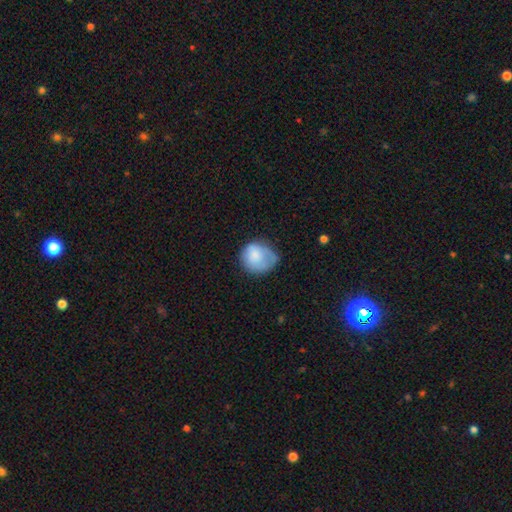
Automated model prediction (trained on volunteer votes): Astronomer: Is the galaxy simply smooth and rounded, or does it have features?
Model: smooth — 74%.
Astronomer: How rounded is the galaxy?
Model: round — 70%.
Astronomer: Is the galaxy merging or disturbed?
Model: none — 43% (runner-up: minor disturbance, 36%).